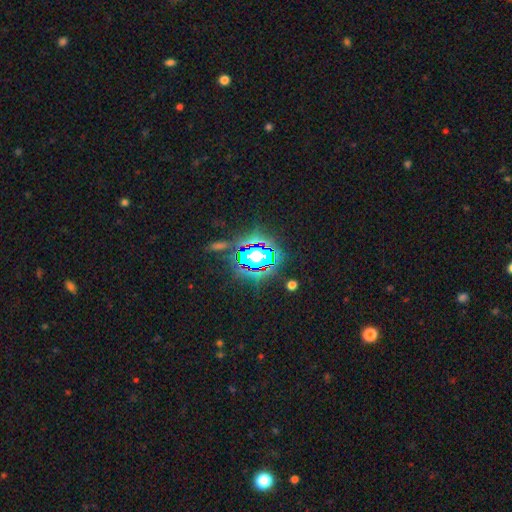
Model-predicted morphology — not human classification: smooth_or_featured: star or artifact (p=0.65) [alt: smooth p=0.21]